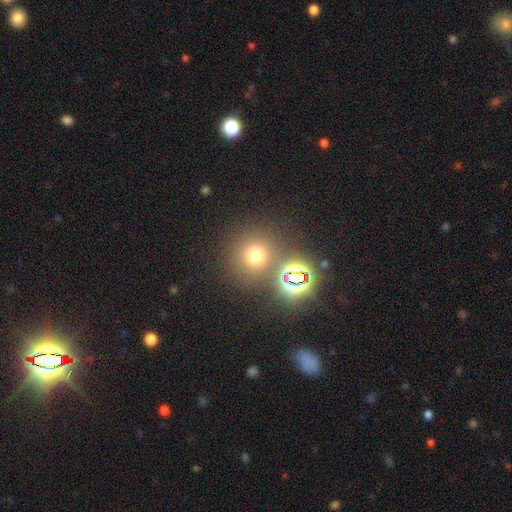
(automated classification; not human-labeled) smooth-or-featured: smooth: 64% | star or artifact: 28% | featured or disk: 8%
  how-rounded: round: 91% | in between: 8% | cigar-shaped: 1%
  merging: none: 77% | merger: 12% | minor disturbance: 8% | major disturbance: 4%